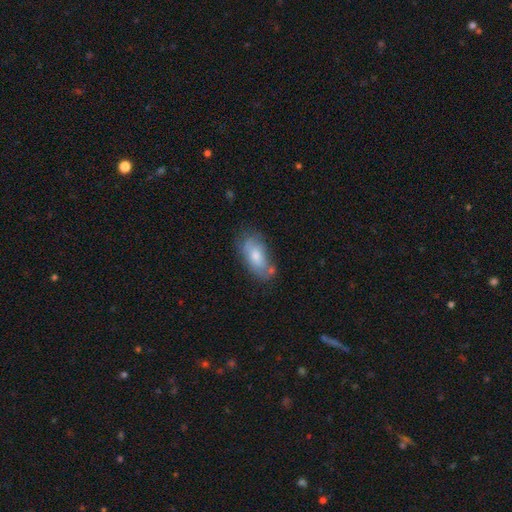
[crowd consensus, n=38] smooth_or_featured: smooth (p=0.71) [alt: featured or disk p=0.24]
how_rounded: in between (p=0.93) [alt: round p=0.04]
merging: none (p=0.53) [alt: minor disturbance p=0.28]